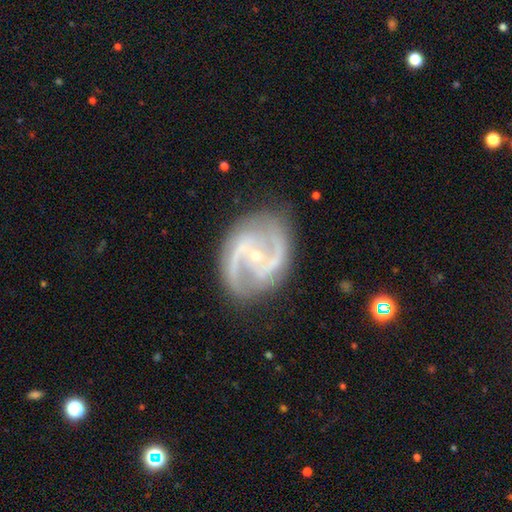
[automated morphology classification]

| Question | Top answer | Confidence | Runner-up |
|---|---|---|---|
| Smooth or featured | featured or disk | 91% | star or artifact (5%) |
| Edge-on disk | no | 98% | yes (2%) |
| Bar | no | 47% | weak (36%) |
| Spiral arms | yes | 98% | no (2%) |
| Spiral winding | medium | 59% | tight (25%) |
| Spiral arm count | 2 | 86% | 3 (5%) |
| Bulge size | small | 79% | moderate (18%) |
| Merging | none | 78% | minor disturbance (15%) |